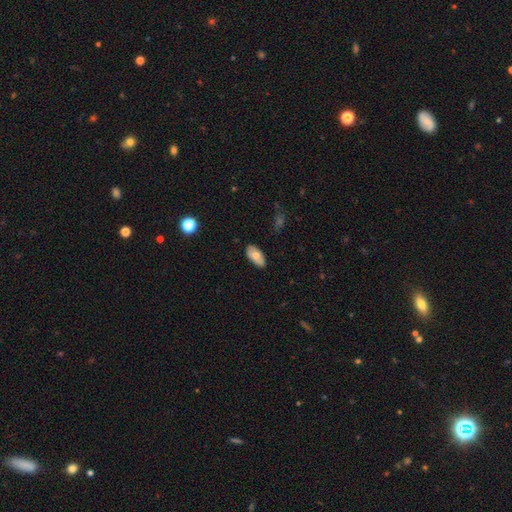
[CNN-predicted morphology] type=smooth (67%); roundness=in between (93%); merging=none (82%).